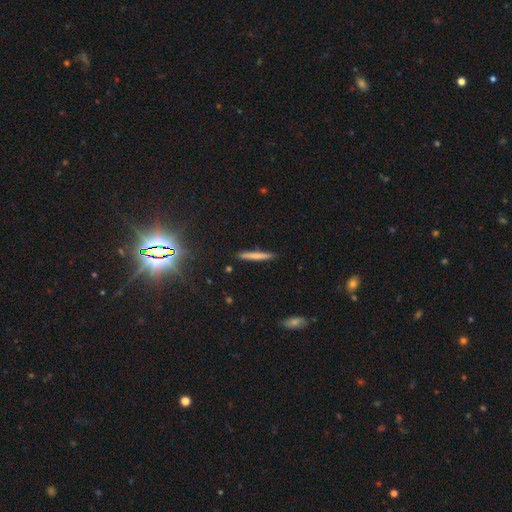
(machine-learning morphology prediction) type=smooth (71%); roundness=cigar-shaped (96%); merging=none (90%).